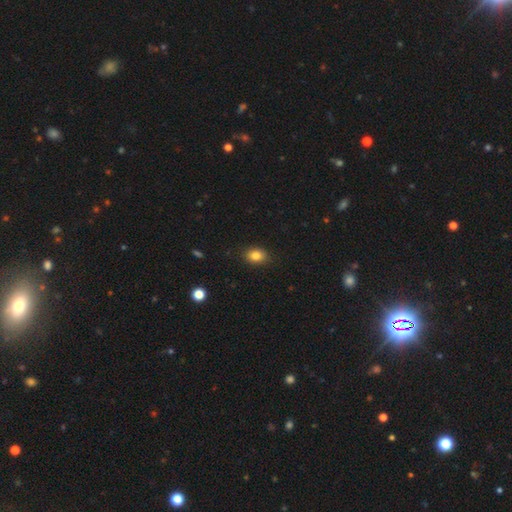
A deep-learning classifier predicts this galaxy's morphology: A smooth galaxy with no disk features (84%) that is in between round and cigar-shaped (67%).

Vote fractions:
- Smooth or featured? smooth: 84% / star or artifact: 10% / featured or disk: 6%
- How rounded? in between: 67% / round: 32% / cigar-shaped: 1%
- Merging? none: 87% / minor disturbance: 9% / major disturbance: 2% / merger: 1%